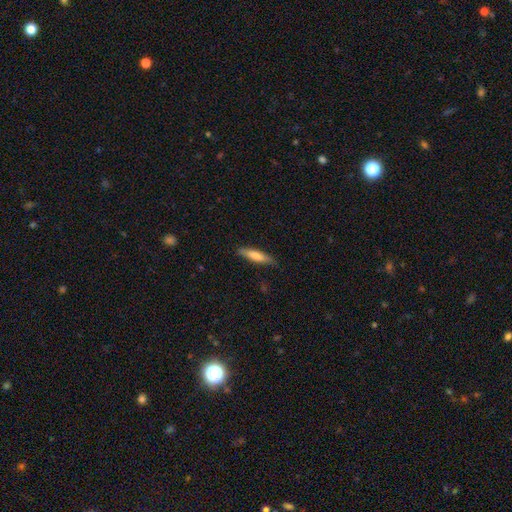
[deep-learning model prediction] This is likely a smooth galaxy (72%). How rounded: likely cigar-shaped (79%). Merging: clearly none (83%).